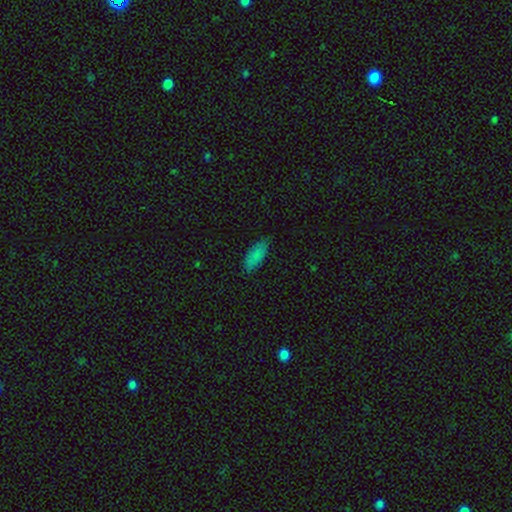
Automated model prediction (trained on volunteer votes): Q: Smooth or featured?
A: smooth (85%); runner-up: star or artifact (9%)
Q: How rounded?
A: in between (81%); runner-up: cigar-shaped (18%)
Q: Merging?
A: none (80%); runner-up: minor disturbance (16%)